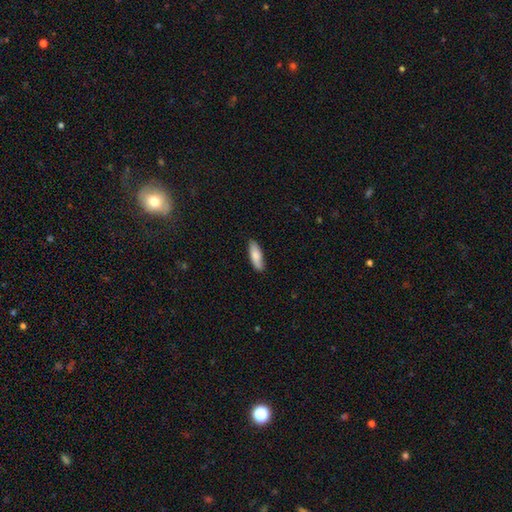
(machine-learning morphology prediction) Q: Smooth or featured?
A: smooth (82%); runner-up: featured or disk (13%)
Q: How rounded?
A: in between (58%); runner-up: cigar-shaped (41%)
Q: Merging?
A: none (85%); runner-up: minor disturbance (12%)